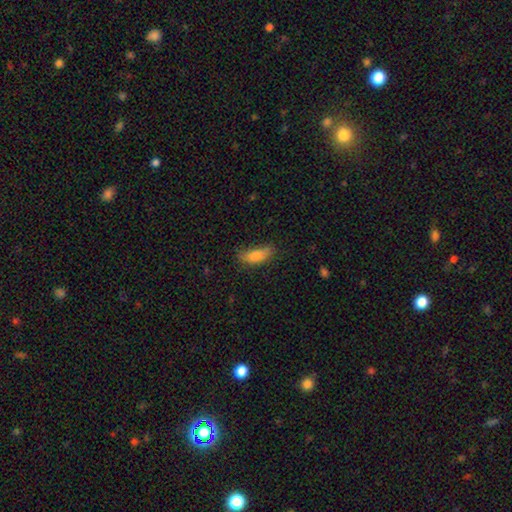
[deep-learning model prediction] Overall: smooth (81%). How rounded: in between (72%). Merging: none (53%; minor disturbance 34%).